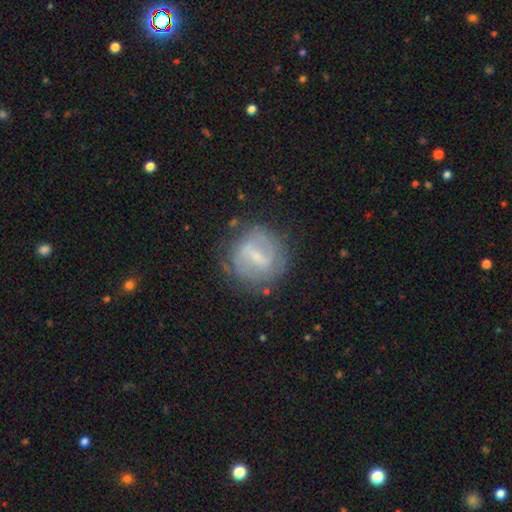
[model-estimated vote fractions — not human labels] The model was most divided on "bar": weak: 46%, strong: 43%, no: 11%. More confident: edge-on disk — no (95%); merging — none (72%); smooth or featured — featured or disk (65%); bulge size — small (58%); spiral arms — yes (58%).